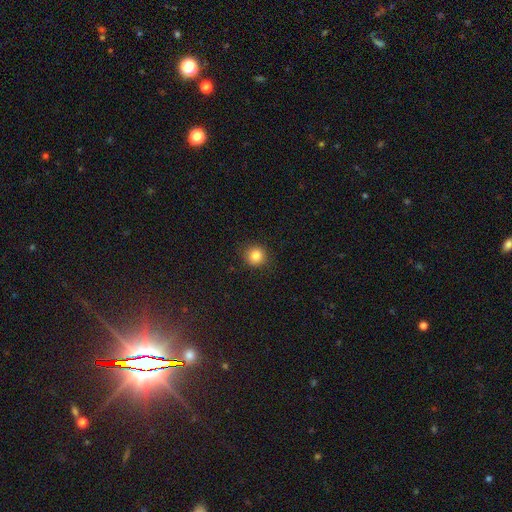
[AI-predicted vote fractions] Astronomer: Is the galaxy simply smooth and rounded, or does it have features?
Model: smooth — 84%.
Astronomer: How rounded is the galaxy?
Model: round — 92%.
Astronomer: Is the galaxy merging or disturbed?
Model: none — 90%.